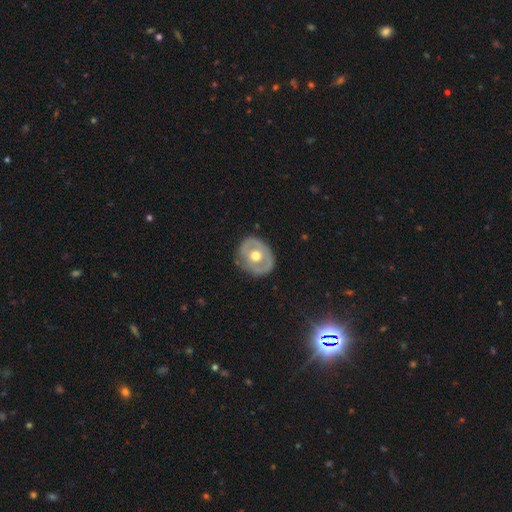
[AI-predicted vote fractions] smooth-or-featured: featured or disk: 55% | smooth: 40% | star or artifact: 5%
  disk-edge-on: no: 94% | yes: 6%
    bar: no: 84% | weak: 12% | strong: 4%
    has-spiral-arms: no: 83% | yes: 17%
    bulge-size: moderate: 76% | large: 16% | small: 6% | dominant: 1% | none: 1%
  merging: none: 80% | minor disturbance: 15% | major disturbance: 4% | merger: 1%